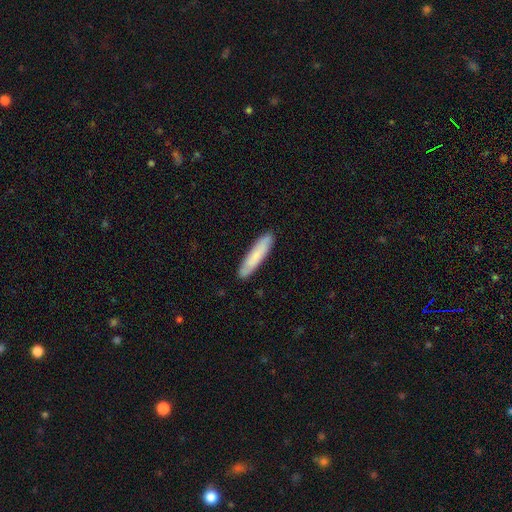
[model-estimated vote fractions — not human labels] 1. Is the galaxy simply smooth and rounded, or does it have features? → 72% smooth, 22% featured or disk, 6% star or artifact.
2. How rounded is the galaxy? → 87% cigar-shaped, 12% in between, 1% round.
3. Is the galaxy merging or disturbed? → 89% none, 9% minor disturbance, 2% major disturbance, 1% merger.